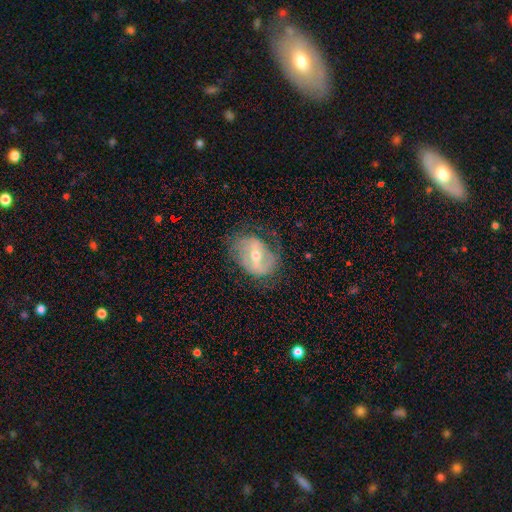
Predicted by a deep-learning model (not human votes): Morphology: type=featured or disk (74%); edge-on=no (95%); bar=strong (46%); spiral arms=yes (75%); winding=medium (40%); arm count=2 (65%); bulge=moderate (54%); merging=none (62%).